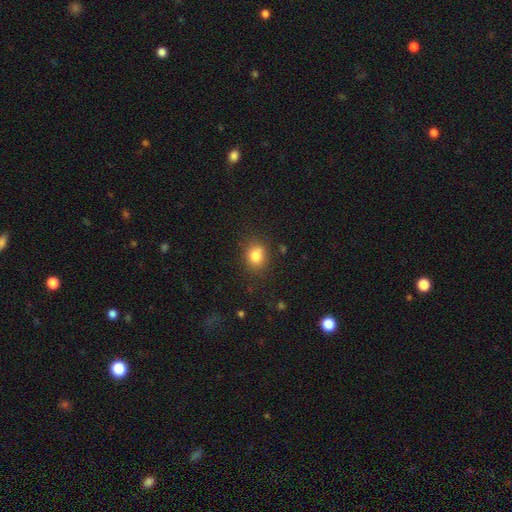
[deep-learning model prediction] smooth-or-featured: smooth: 82% | star or artifact: 11% | featured or disk: 7%
  how-rounded: round: 60% | in between: 39% | cigar-shaped: 1%
  merging: none: 79% | minor disturbance: 14% | major disturbance: 4% | merger: 3%